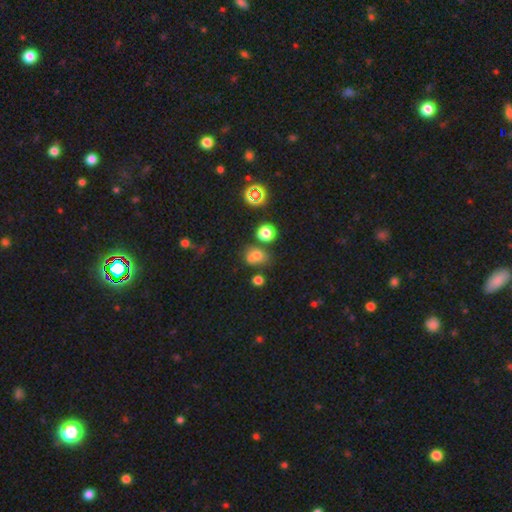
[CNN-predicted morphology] Smooth or featured? Predicted: smooth (p=0.65). How rounded? Predicted: round (p=0.60). Merging? Predicted: none (p=0.47).